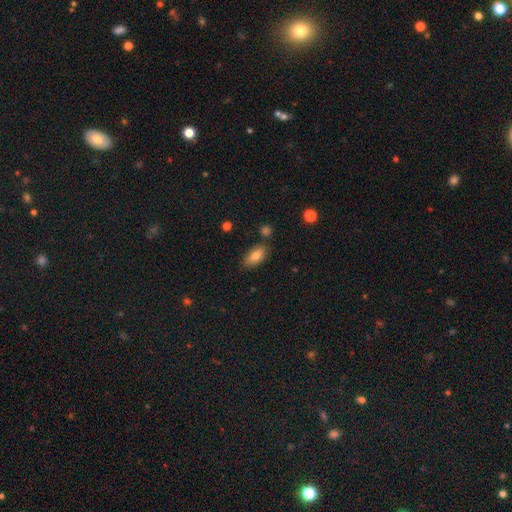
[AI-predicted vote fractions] This is likely a smooth galaxy (80%). How rounded: clearly in between (87%). Merging: likely none (80%).